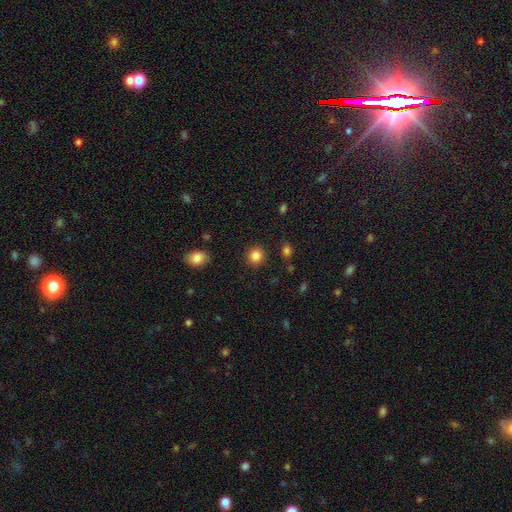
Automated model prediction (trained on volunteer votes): Morphology: type=smooth (85%); roundness=round (89%); merging=none (90%).